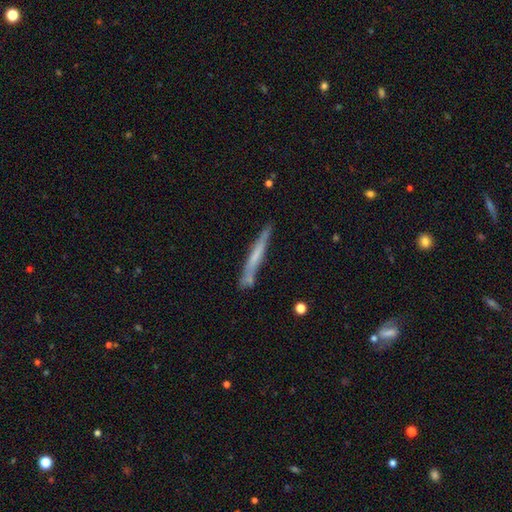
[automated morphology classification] Smooth or featured? Predicted: smooth (p=0.49). Merging? Predicted: none (p=0.76).